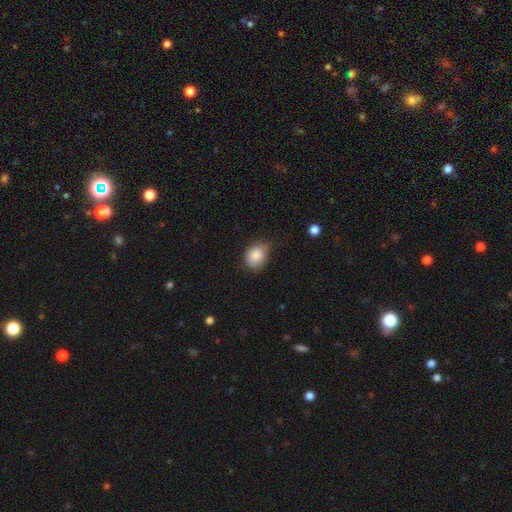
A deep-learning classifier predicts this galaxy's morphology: smooth_or_featured: smooth (p=0.83) [alt: star or artifact p=0.09]
how_rounded: in between (p=0.56) [alt: round p=0.43]
merging: none (p=0.68) [alt: minor disturbance p=0.26]